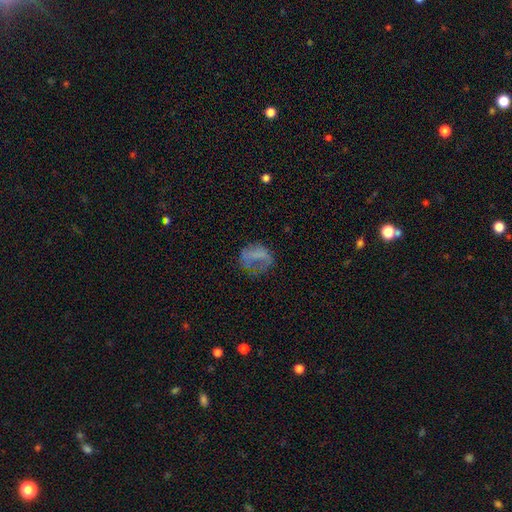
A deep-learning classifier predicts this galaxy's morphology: smooth_or_featured: smooth (p=0.56) [alt: featured or disk p=0.29]
how_rounded: round (p=0.54) [alt: in between p=0.44]
merging: none (p=0.43) [alt: major disturbance p=0.31]